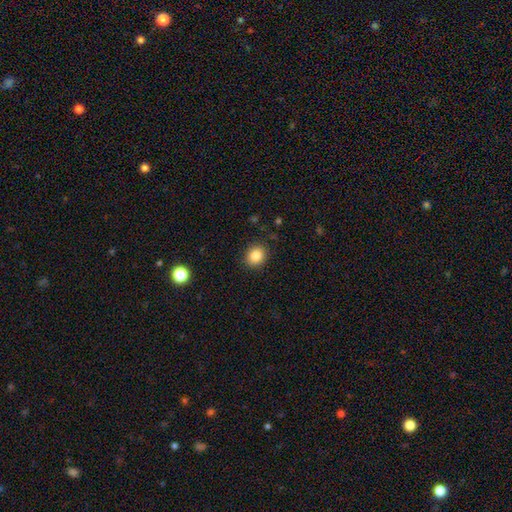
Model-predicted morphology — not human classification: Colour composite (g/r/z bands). It shows a smooth galaxy with no disk features (85%) that is round (69%). Merging: none (88%).